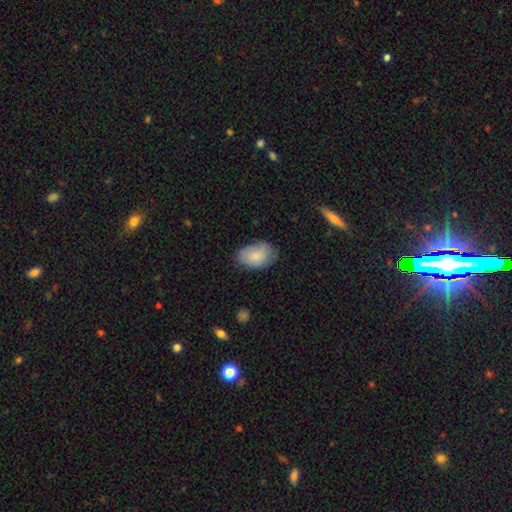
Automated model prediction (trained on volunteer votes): Morphology: type=smooth (83%); roundness=in between (89%); merging=none (71%).